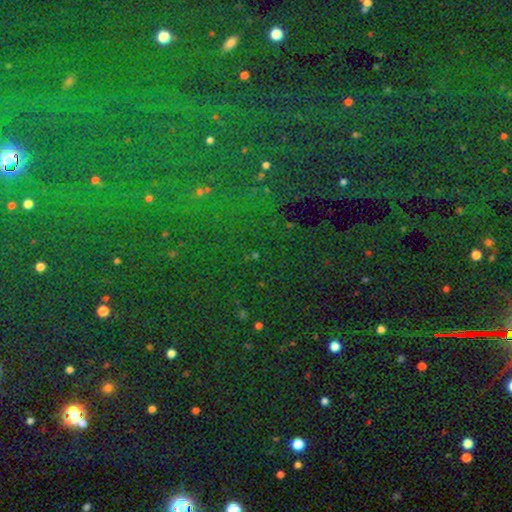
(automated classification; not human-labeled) Q: Smooth or featured?
A: star or artifact (75%); runner-up: smooth (17%)